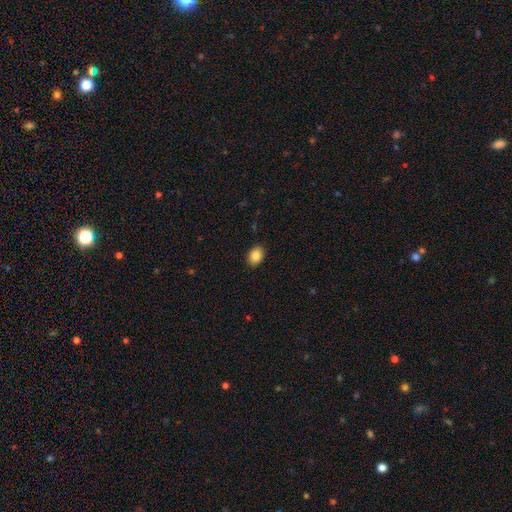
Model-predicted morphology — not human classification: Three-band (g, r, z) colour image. It shows a smooth galaxy with no disk features (85%) that is in between round and cigar-shaped (67%). Merging: none (89%).